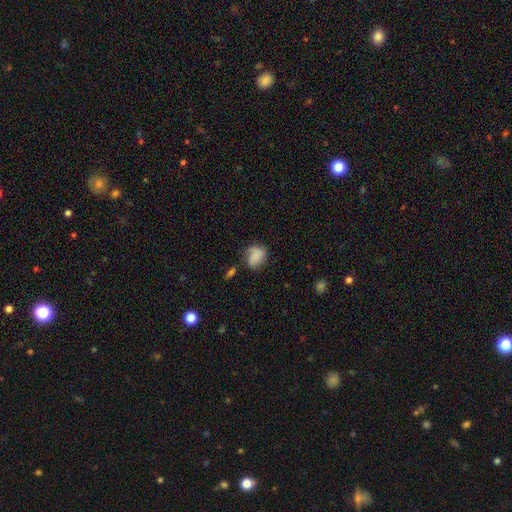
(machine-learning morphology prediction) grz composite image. It shows a smooth galaxy with no disk features (78%) that is in between round and cigar-shaped (52%). Merging: none (54%).